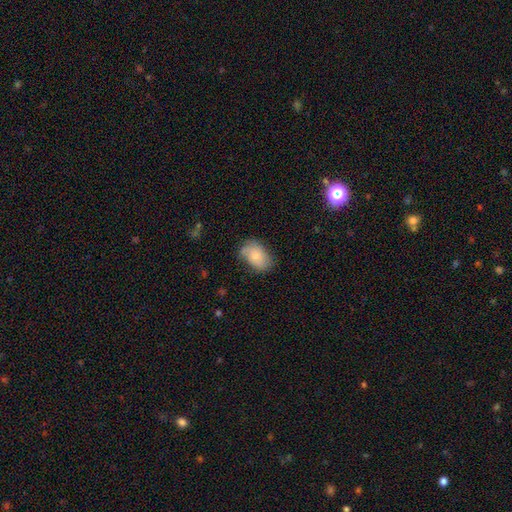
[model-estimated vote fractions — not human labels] Smooth or featured? smooth (77%)
How rounded? in between (86%)
Merging? none (58%)